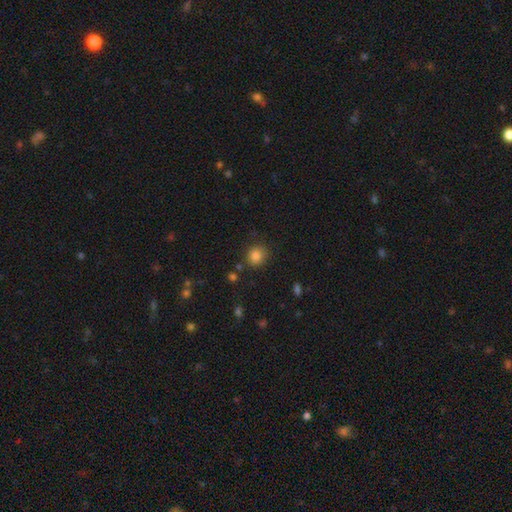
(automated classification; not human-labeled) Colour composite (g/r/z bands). It shows a smooth galaxy with no disk features (84%) that is round (84%). Merging: none (83%).